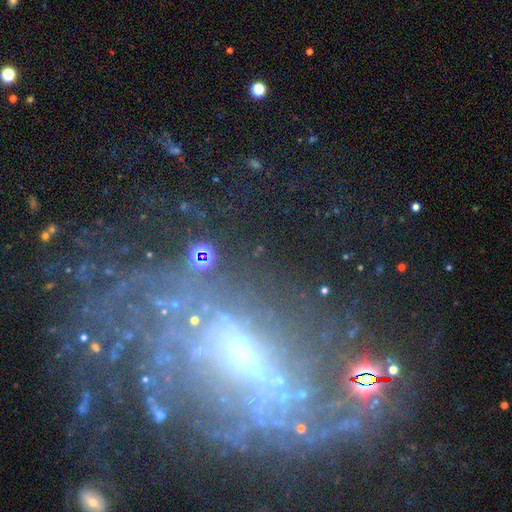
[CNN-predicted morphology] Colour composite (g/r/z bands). It shows a featured or disk galaxy (76%) with a weak bar (38%), loose (37%) spiral arms (73%) and a small central bulge (38%). Merging: none (46%).